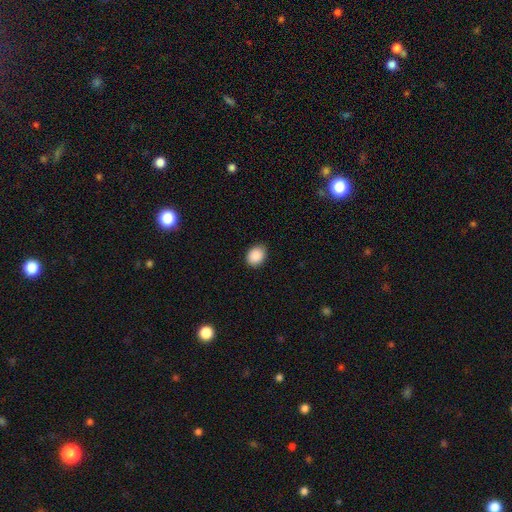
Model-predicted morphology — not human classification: smooth 90%, star or artifact 8%, featured or disk 3%. Down the decision tree: how rounded — in between (57%); merging — none (86%).